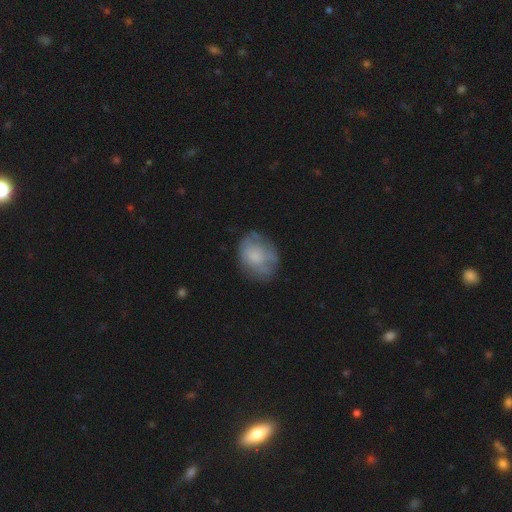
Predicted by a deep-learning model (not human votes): Overall: smooth (60%; featured or disk 31%). How rounded: in between (60%; round 39%). Merging: none (60%; minor disturbance 26%).